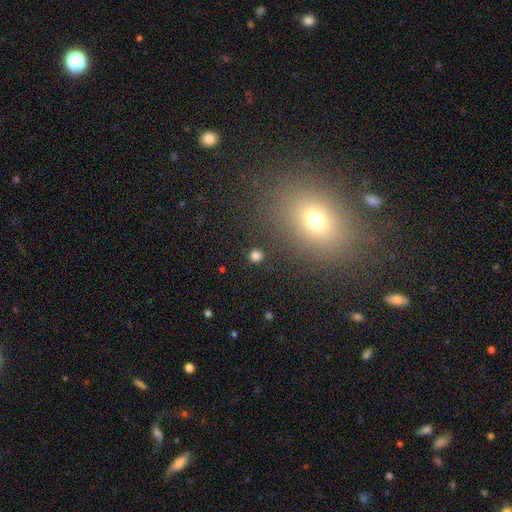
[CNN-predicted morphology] Smooth or featured?
  - smooth: 79% *
  - star or artifact: 16%
  - featured or disk: 5%
How rounded?
  - round: 90% *
  - in between: 9%
  - cigar-shaped: 1%
Merging?
  - none: 89% *
  - minor disturbance: 6%
  - merger: 3%
  - major disturbance: 3%